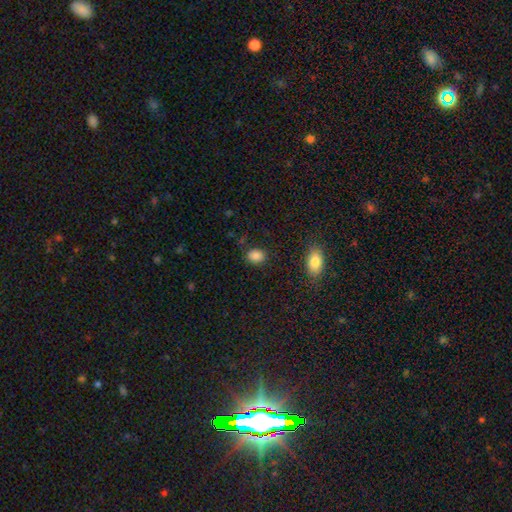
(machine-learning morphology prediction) smooth_or_featured: smooth (p=0.86) [alt: star or artifact p=0.10]
how_rounded: round (p=0.50) [alt: in between p=0.48]
merging: none (p=0.82) [alt: minor disturbance p=0.12]